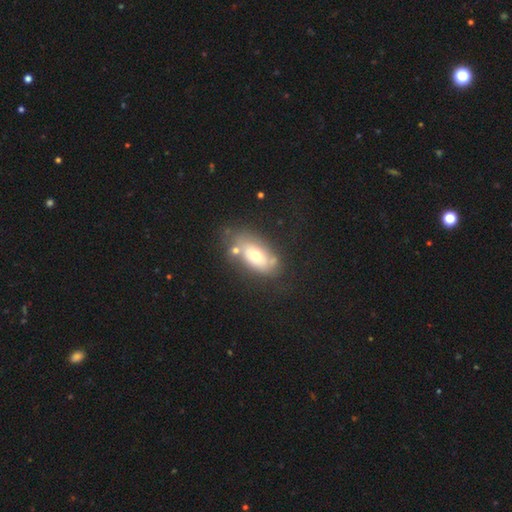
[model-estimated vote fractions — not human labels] A smooth galaxy with no disk features (53%) that is in between round and cigar-shaped (89%).

Vote fractions:
- Smooth or featured? smooth: 53% / featured or disk: 38% / star or artifact: 8%
- How rounded? in between: 89% / round: 6% / cigar-shaped: 5%
- Merging? none: 56% / minor disturbance: 20% / merger: 14% / major disturbance: 10%